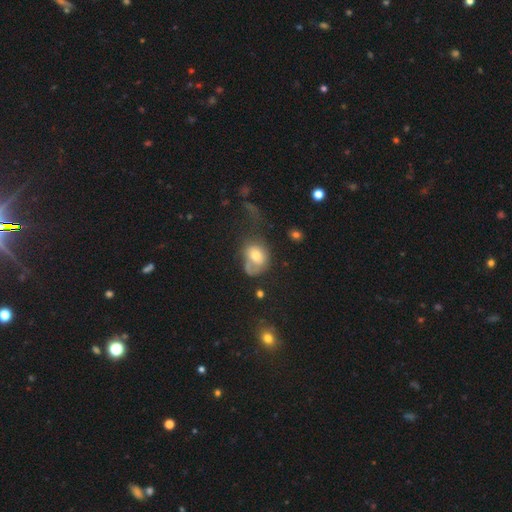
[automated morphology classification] smooth 64%, featured or disk 26%, star or artifact 10%. Down the decision tree: how rounded — in between (55%); merging — major disturbance (35%).